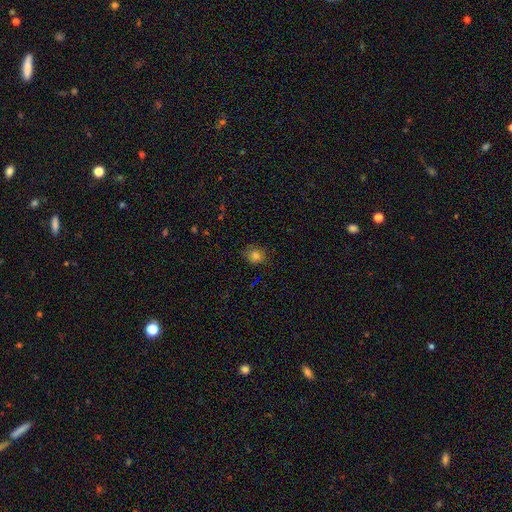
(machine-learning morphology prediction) The model was most divided on "how rounded": round: 69%, in between: 30%, cigar-shaped: 1%. More confident: merging — none (81%); smooth or featured — smooth (79%).